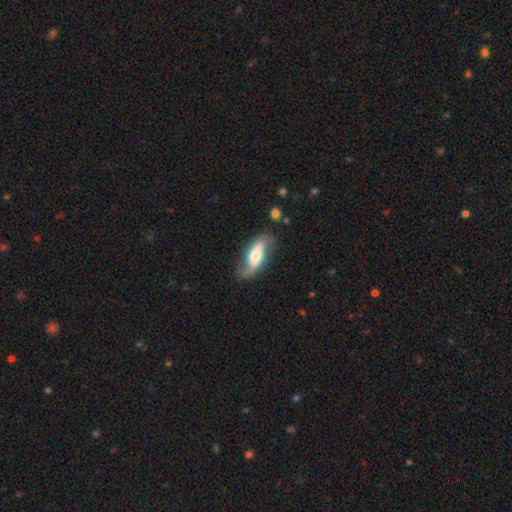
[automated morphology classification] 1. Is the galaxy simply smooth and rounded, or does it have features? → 49% featured or disk, 44% smooth, 6% star or artifact.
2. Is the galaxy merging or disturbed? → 62% none, 25% minor disturbance, 10% major disturbance, 3% merger.